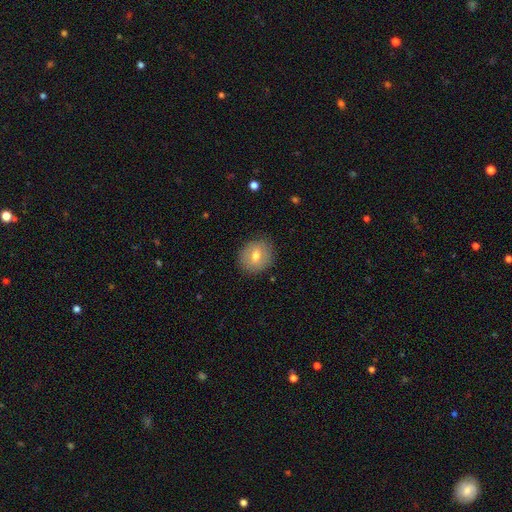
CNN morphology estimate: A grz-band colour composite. It shows a smooth galaxy with no disk features (67%) that is round (72%). Merging: none (85%).